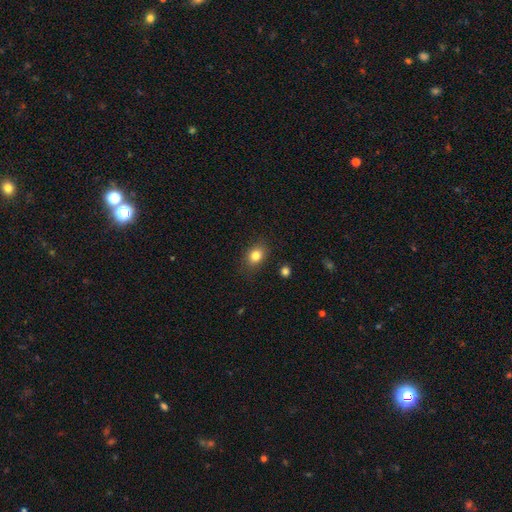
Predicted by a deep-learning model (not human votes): A smooth galaxy with no disk features (82%) that is in between round and cigar-shaped (57%).

Vote fractions:
- Smooth or featured? smooth: 82% / star or artifact: 11% / featured or disk: 7%
- How rounded? in between: 57% / round: 42% / cigar-shaped: 1%
- Merging? none: 85% / minor disturbance: 11% / major disturbance: 3% / merger: 2%